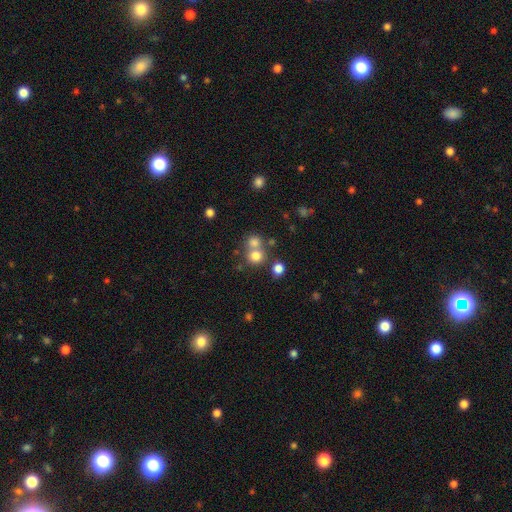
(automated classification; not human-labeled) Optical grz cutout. It shows a smooth galaxy with no disk features (74%) that is round (87%). Merging: none (52%).